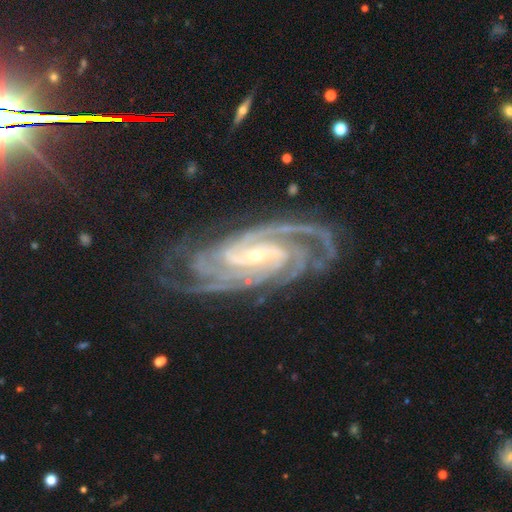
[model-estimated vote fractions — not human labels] This is clearly a featured or disk galaxy (93%). It is clearly not viewed edge-on (96%). Bar: marginally weak (36%). Spiral arm pattern: clearly yes (99%). Spiral arm count: marginally 4 (30%). Spiral winding: likely tight (69%). Central bulge: likely small (78%). Merging: likely none (76%).